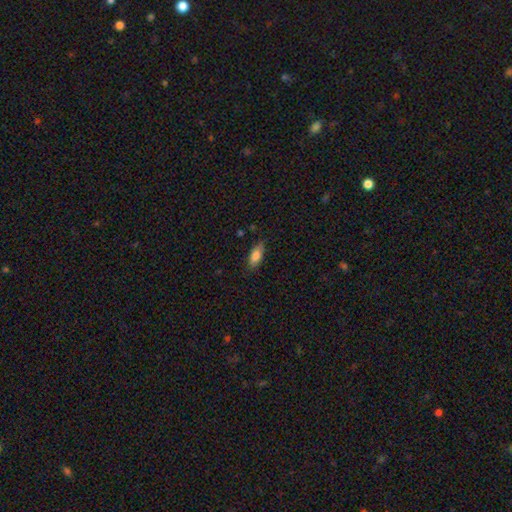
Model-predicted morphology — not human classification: Smooth or featured?
  - smooth: 82% *
  - featured or disk: 11%
  - star or artifact: 7%
How rounded?
  - in between: 83% *
  - cigar-shaped: 14%
  - round: 3%
Merging?
  - none: 77% *
  - minor disturbance: 18%
  - major disturbance: 4%
  - merger: 1%